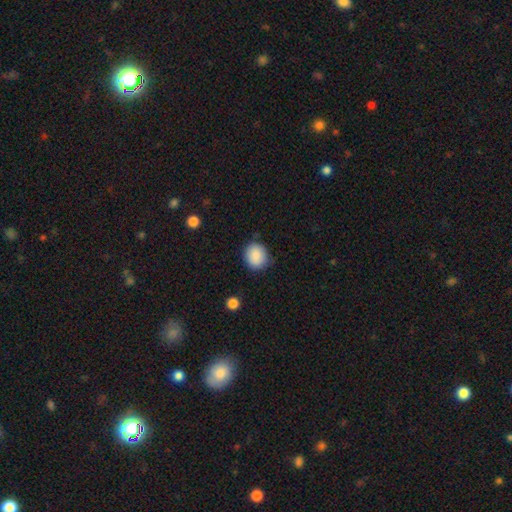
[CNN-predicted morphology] Smooth or featured? Predicted: smooth (p=0.88). How rounded? Predicted: round (p=0.79). Merging? Predicted: none (p=0.81).